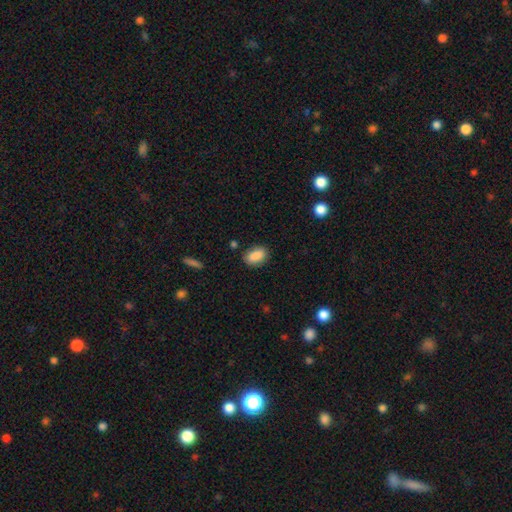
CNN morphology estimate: smooth-or-featured: smooth: 88% | star or artifact: 7% | featured or disk: 5%
  how-rounded: in between: 87% | round: 11% | cigar-shaped: 2%
  merging: none: 83% | minor disturbance: 12% | major disturbance: 3% | merger: 2%